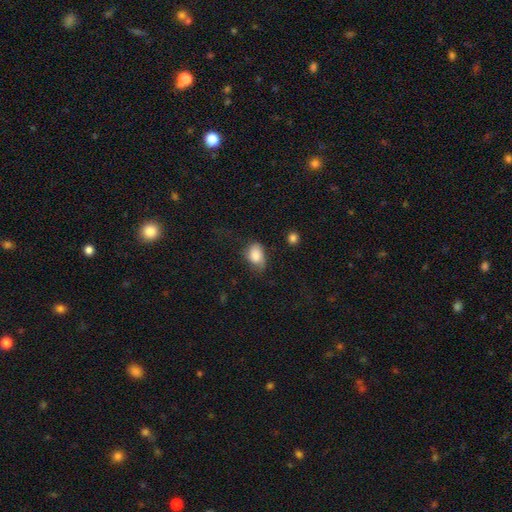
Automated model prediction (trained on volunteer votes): A smooth galaxy with no disk features (82%) that is in between round and cigar-shaped (82%). Merging: none (49%).